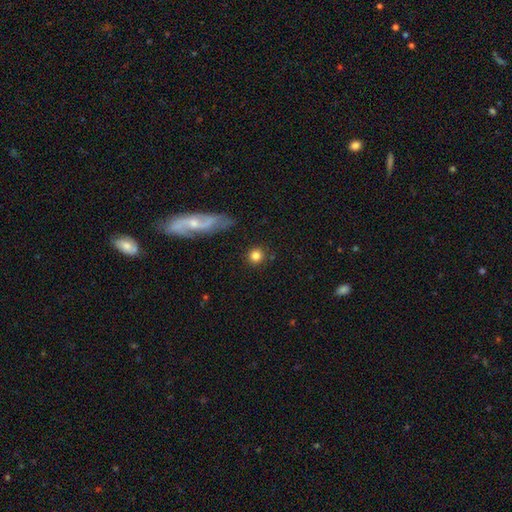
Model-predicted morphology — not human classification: type=smooth (82%); roundness=round (92%); merging=none (85%).